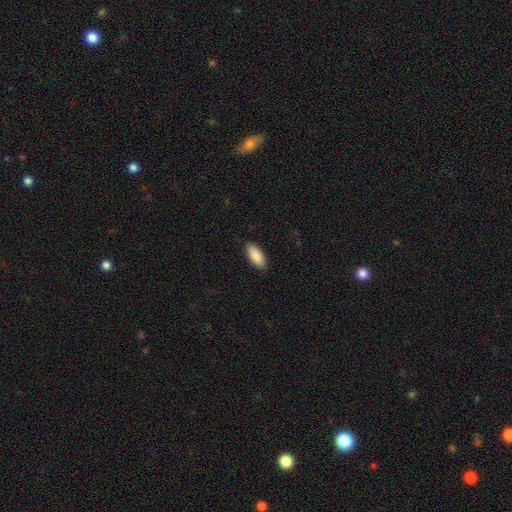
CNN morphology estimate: Smooth or featured: smooth — 90% (star or artifact — 5%)
How rounded: in between — 82% (cigar-shaped — 16%)
Merging: none — 88% (minor disturbance — 9%)